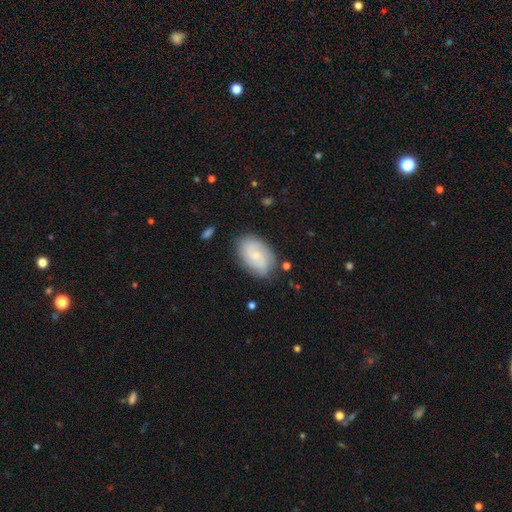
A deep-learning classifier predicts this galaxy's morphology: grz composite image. It shows a featured or disk galaxy (56%) with no bar (65%), spiral arms (89%) and a small central bulge (68%). Merging: none (77%).